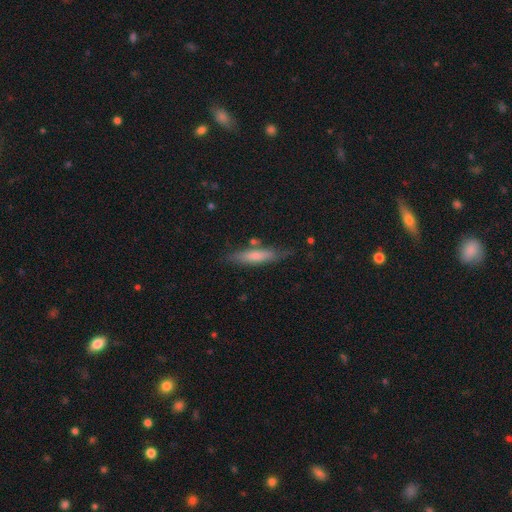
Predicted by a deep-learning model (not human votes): Q: Smooth or featured?
A: smooth (63%); runner-up: featured or disk (30%)
Q: How rounded?
A: cigar-shaped (81%); runner-up: in between (17%)
Q: Merging?
A: none (73%); runner-up: minor disturbance (18%)